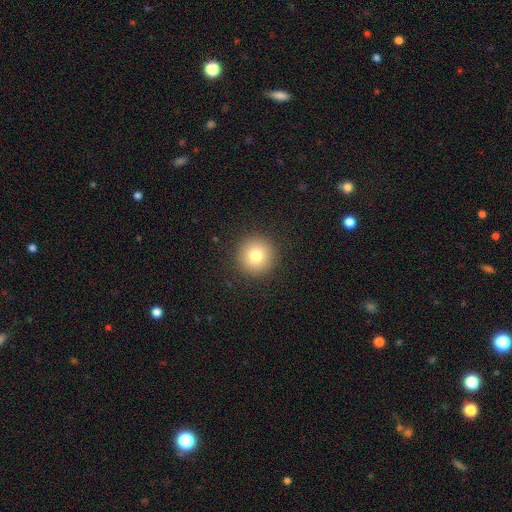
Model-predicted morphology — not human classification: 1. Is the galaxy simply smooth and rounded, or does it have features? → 80% smooth, 11% star or artifact, 9% featured or disk.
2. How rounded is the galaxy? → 96% round, 3% in between, 1% cigar-shaped.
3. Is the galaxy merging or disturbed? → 92% none, 5% minor disturbance, 2% major disturbance, 1% merger.